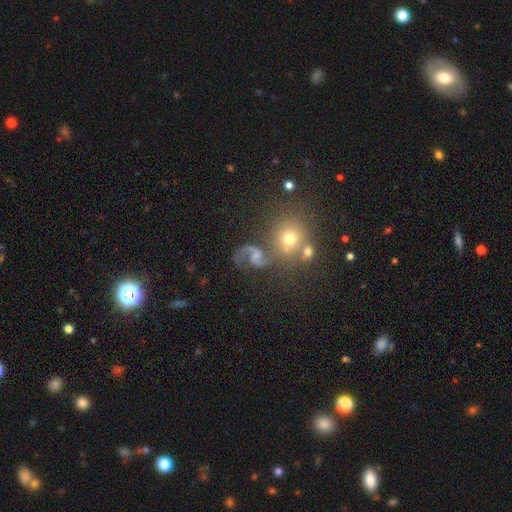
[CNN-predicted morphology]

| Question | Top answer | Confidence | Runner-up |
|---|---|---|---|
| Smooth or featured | featured or disk | 75% | smooth (15%) |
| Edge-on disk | no | 98% | yes (2%) |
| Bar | no | 44% | weak (43%) |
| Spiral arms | yes | 94% | no (6%) |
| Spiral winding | loose | 59% | medium (35%) |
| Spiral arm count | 2 | 89% | 1 (6%) |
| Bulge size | none | 34% | small (30%) |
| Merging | none | 56% | minor disturbance (16%) |